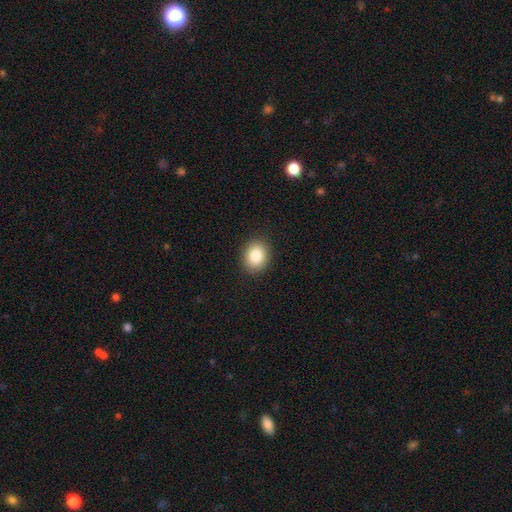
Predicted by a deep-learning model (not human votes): Overall: smooth (85%). How rounded: round (57%; in between 42%). Merging: none (90%).